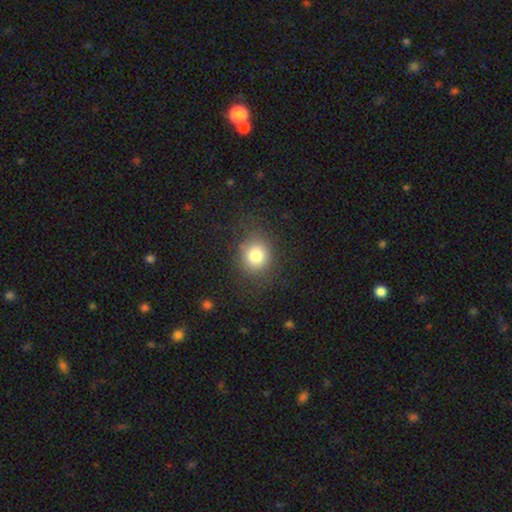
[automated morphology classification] smooth-or-featured: smooth: 79% | star or artifact: 12% | featured or disk: 9%
  how-rounded: round: 78% | in between: 21% | cigar-shaped: 1%
  merging: none: 82% | minor disturbance: 11% | major disturbance: 6% | merger: 1%